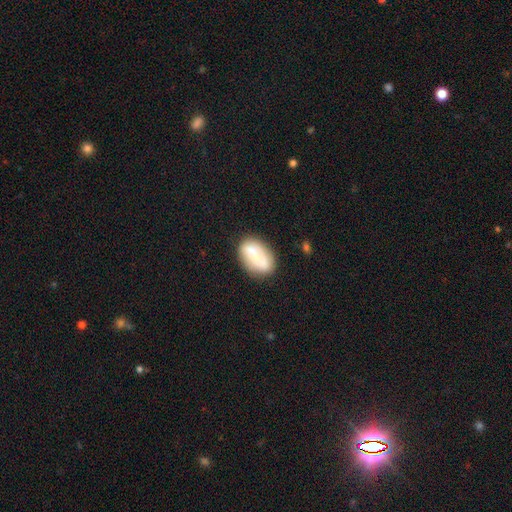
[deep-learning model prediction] Q: Smooth or featured?
A: smooth (66%); runner-up: featured or disk (27%)
Q: How rounded?
A: in between (90%); runner-up: round (8%)
Q: Merging?
A: none (66%); runner-up: minor disturbance (20%)